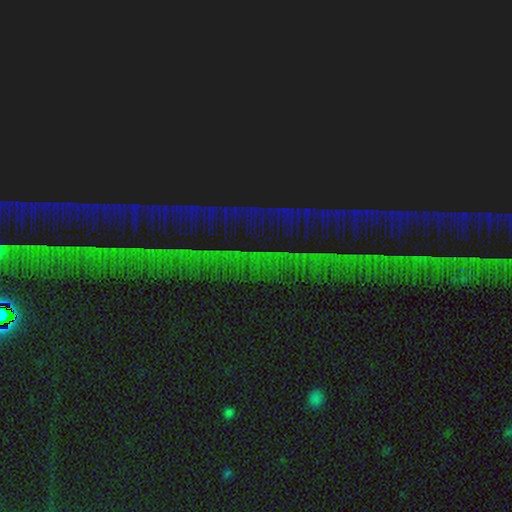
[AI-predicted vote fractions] smooth-or-featured: star or artifact: 88% | featured or disk: 6% | smooth: 5%